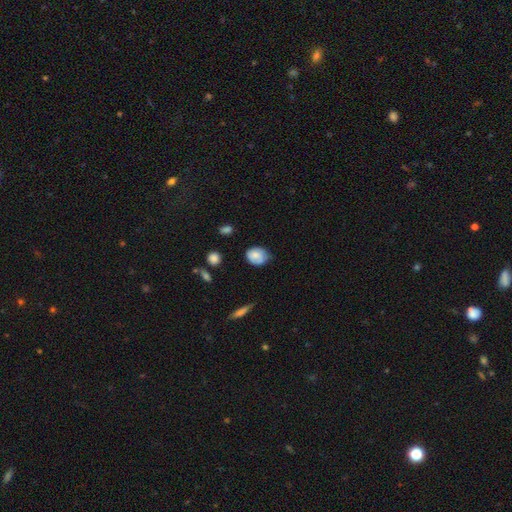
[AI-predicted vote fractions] This is likely a smooth galaxy (74%). How rounded: possibly round (53%). Merging: possibly none (58%).